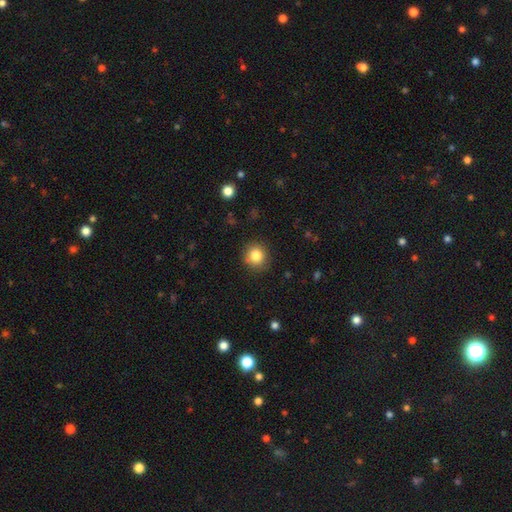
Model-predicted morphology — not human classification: Smooth or featured? Predicted: smooth (p=0.83). How rounded? Predicted: round (p=0.89). Merging? Predicted: none (p=0.87).